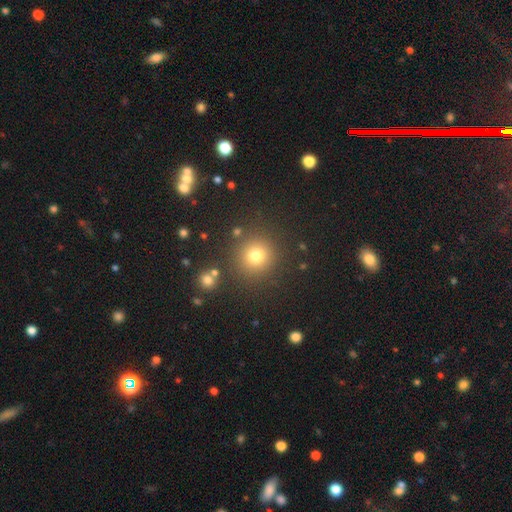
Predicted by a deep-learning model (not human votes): Smooth or featured? Predicted: smooth (p=0.76). How rounded? Predicted: round (p=0.93). Merging? Predicted: none (p=0.86).